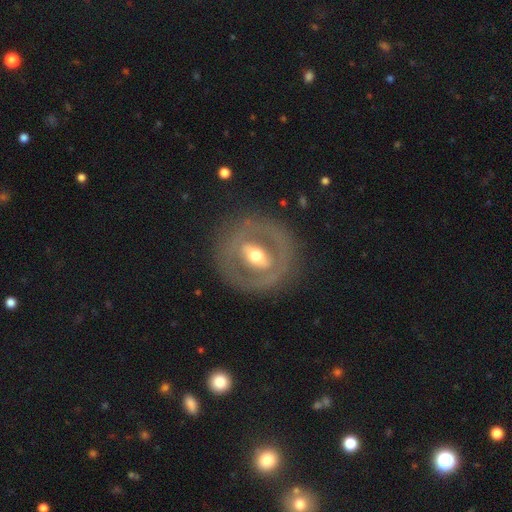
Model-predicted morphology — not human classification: Q: Smooth or featured?
A: featured or disk (72%); runner-up: smooth (20%)
Q: Edge-on disk?
A: no (89%); runner-up: yes (11%)
Q: Bar?
A: strong (47%); runner-up: weak (32%)
Q: Spiral arms?
A: no (74%); runner-up: yes (26%)
Q: Bulge size?
A: moderate (66%); runner-up: small (24%)
Q: Merging?
A: none (82%); runner-up: minor disturbance (11%)